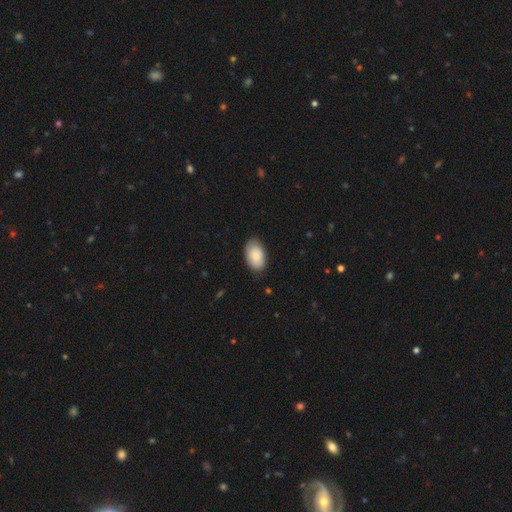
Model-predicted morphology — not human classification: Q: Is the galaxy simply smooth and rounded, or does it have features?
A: smooth — 85%.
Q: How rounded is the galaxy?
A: in between — 94%.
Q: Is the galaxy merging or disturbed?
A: none — 79%.